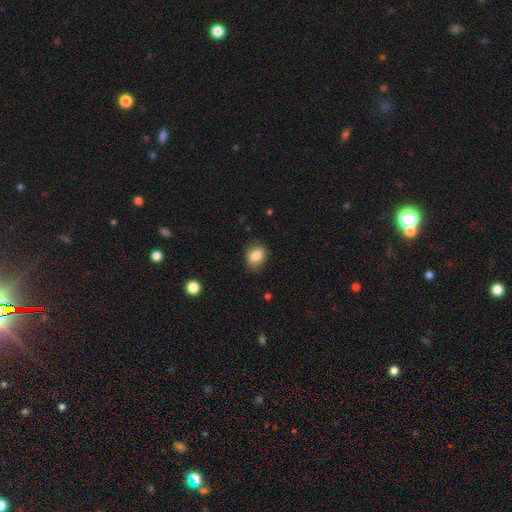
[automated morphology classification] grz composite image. It shows a smooth galaxy with no disk features (84%) that is in between round and cigar-shaped (55%). Merging: none (79%).